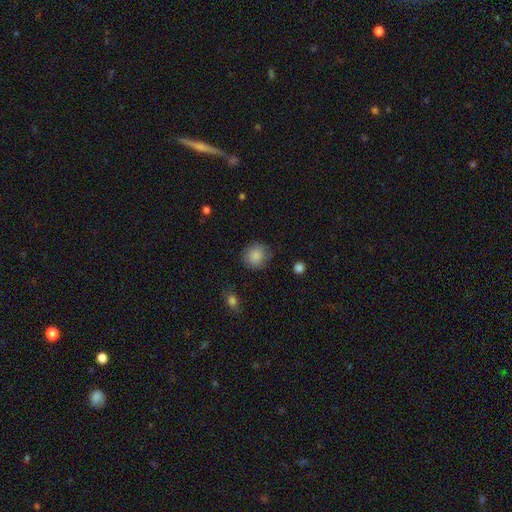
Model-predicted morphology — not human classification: smooth_or_featured: smooth (p=0.85) [alt: star or artifact p=0.08]
how_rounded: round (p=0.83) [alt: in between p=0.16]
merging: none (p=0.75) [alt: minor disturbance p=0.19]